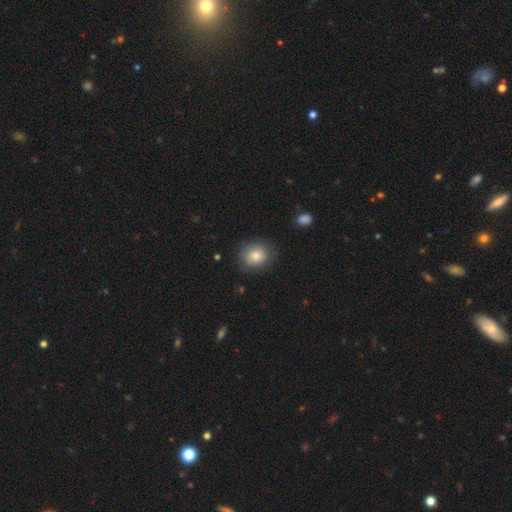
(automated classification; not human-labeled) smooth-or-featured: smooth: 73% | featured or disk: 18% | star or artifact: 8%
  how-rounded: round: 69% | in between: 30% | cigar-shaped: 1%
  merging: none: 77% | minor disturbance: 16% | major disturbance: 5% | merger: 1%